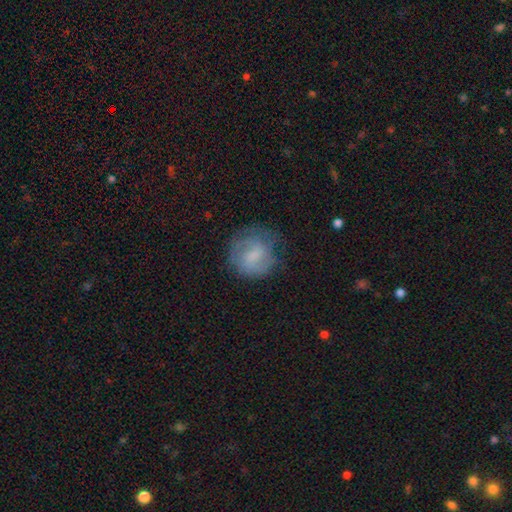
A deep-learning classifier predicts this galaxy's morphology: Smooth or featured? smooth (50%)
Merging? none (66%)